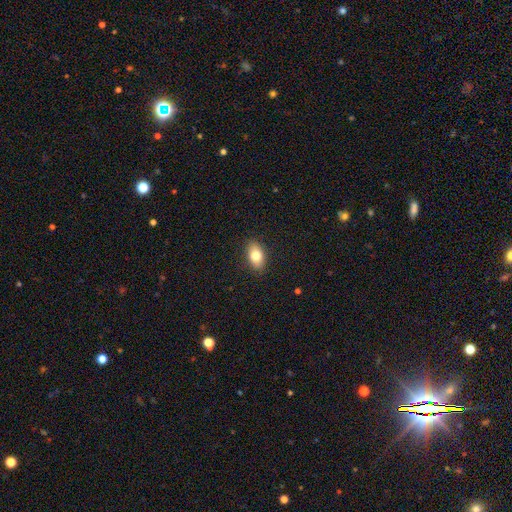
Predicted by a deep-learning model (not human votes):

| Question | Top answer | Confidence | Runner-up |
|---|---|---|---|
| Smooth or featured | smooth | 79% | featured or disk (13%) |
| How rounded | in between | 88% | round (8%) |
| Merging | none | 89% | minor disturbance (8%) |